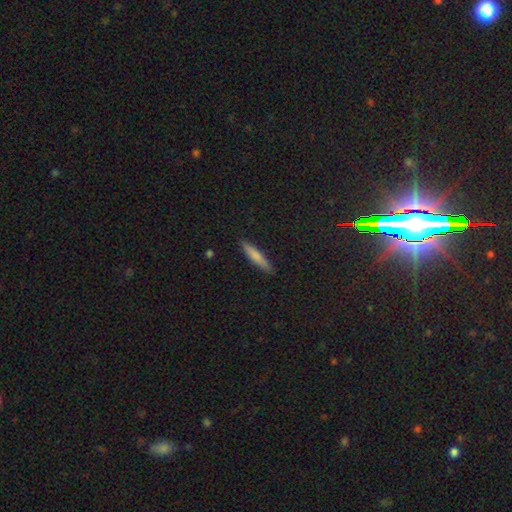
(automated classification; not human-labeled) Overall: smooth (75%). How rounded: cigar-shaped (90%). Merging: none (89%).